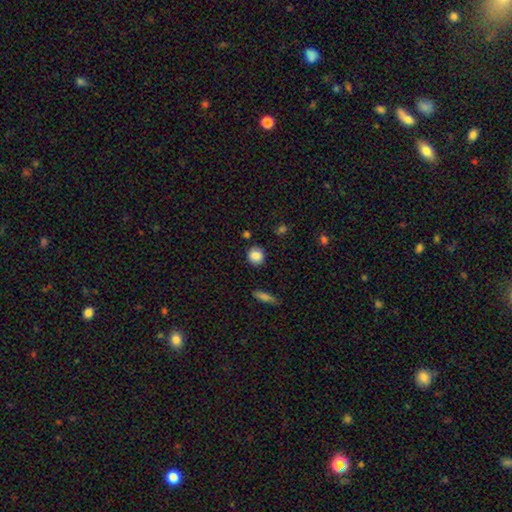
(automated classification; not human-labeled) This appears to be a smooth galaxy with no disk features (86%) that is round (80%). Merging: none (83%).